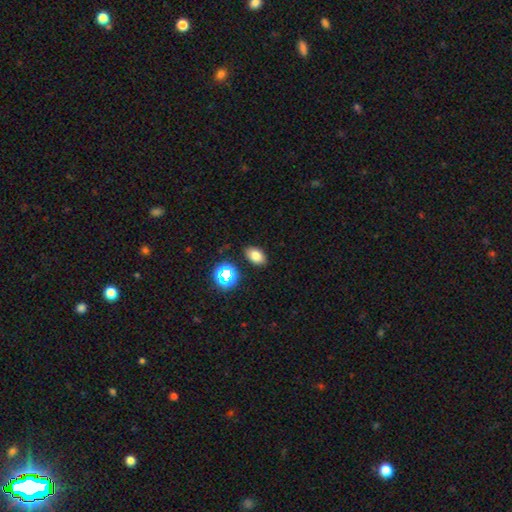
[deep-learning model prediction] The model was most divided on "smooth or featured": smooth: 75%, star or artifact: 16%, featured or disk: 9%. More confident: how rounded — in between (87%); merging — none (86%).